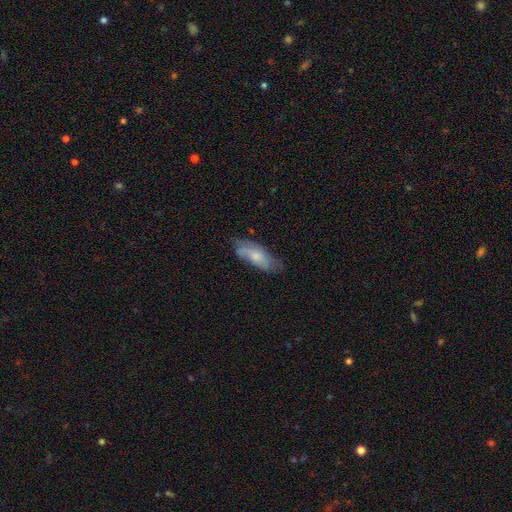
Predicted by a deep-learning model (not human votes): Smooth or featured? Predicted: smooth (p=0.59). How rounded? Predicted: in between (p=0.72). Merging? Predicted: none (p=0.55).